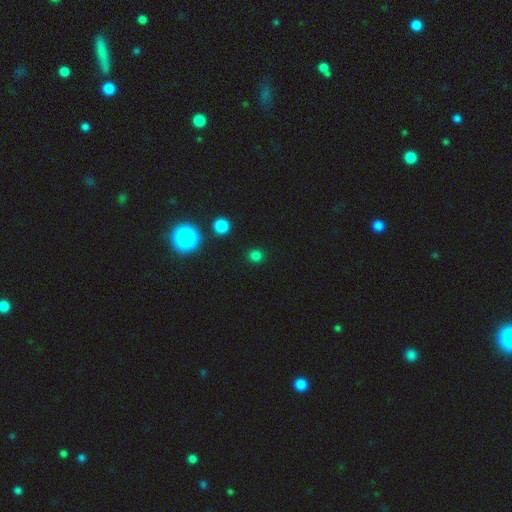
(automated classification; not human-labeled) Smooth or featured?
  - smooth: 76% *
  - star or artifact: 20%
  - featured or disk: 4%
How rounded?
  - round: 90% *
  - in between: 9%
  - cigar-shaped: 1%
Merging?
  - none: 90% *
  - minor disturbance: 6%
  - major disturbance: 2%
  - merger: 2%